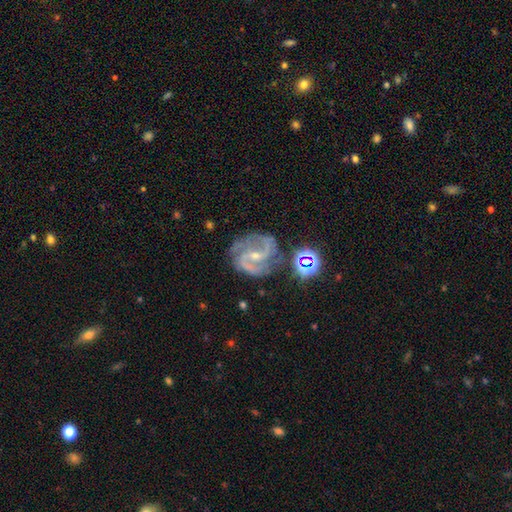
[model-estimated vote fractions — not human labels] A featured or disk galaxy (90%) with a weak bar (44%), 2 (73%) medium (59%) spiral arms (98%) and a small central bulge (66%).

Vote fractions:
- Smooth or featured? featured or disk: 90% / star or artifact: 6% / smooth: 4%
- Edge-on disk? no: 98% / yes: 2%
- Bar? weak: 44% / no: 29% / strong: 28%
- Spiral arms? yes: 98% / no: 2%
- Spiral winding? medium: 59% / tight: 25% / loose: 16%
- Spiral arm count? 2: 73% / 3: 14% / can't tell: 5% / 4: 3% / 1: 3% / more than 4: 2%
- Bulge size? small: 66% / moderate: 30% / none: 2% / large: 1% / dominant: 1%
- Merging? none: 69% / minor disturbance: 19% / major disturbance: 8% / merger: 4%